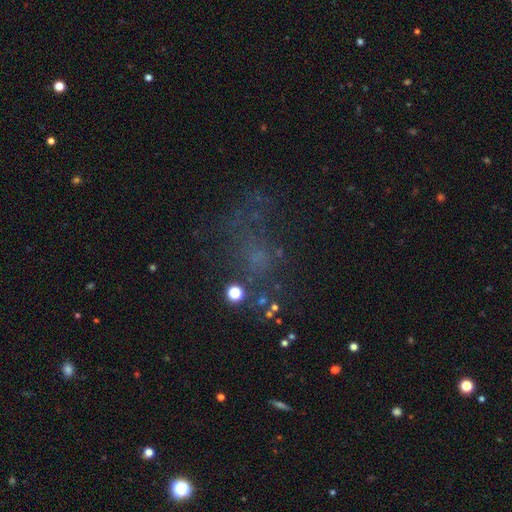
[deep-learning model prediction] star or artifact 39%, smooth 33%, featured or disk 28%.